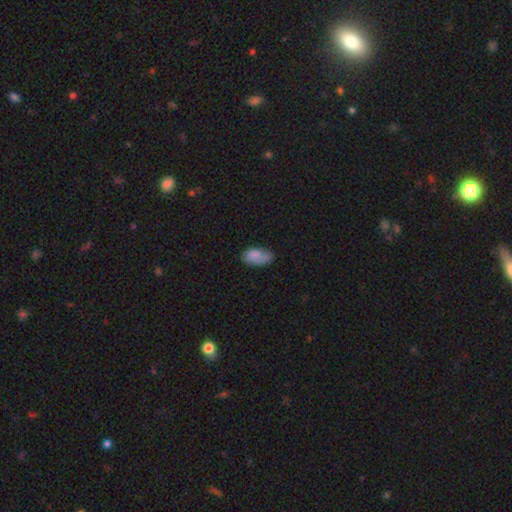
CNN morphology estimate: type=smooth (80%); roundness=in between (93%); merging=none (54%).